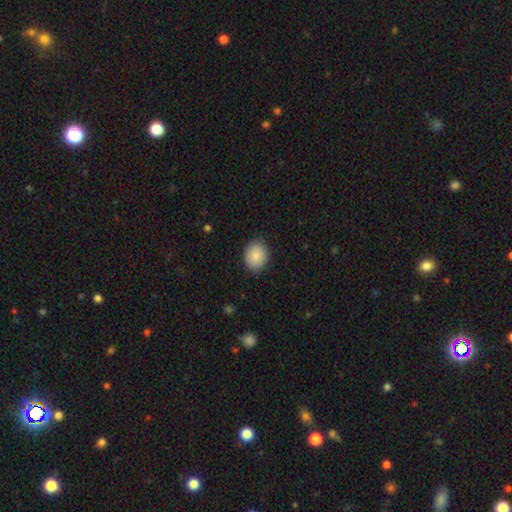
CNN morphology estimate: Smooth or featured? smooth (89%)
How rounded? in between (52%)
Merging? none (86%)